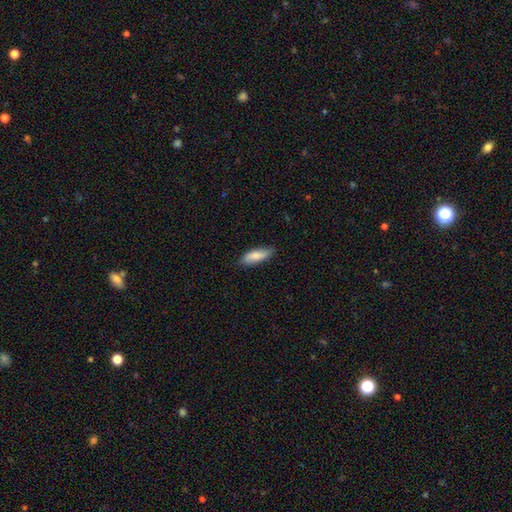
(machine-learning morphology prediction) Smooth or featured?
  - smooth: 81% *
  - featured or disk: 13%
  - star or artifact: 6%
How rounded?
  - in between: 64% *
  - cigar-shaped: 34%
  - round: 2%
Merging?
  - none: 83% *
  - minor disturbance: 14%
  - major disturbance: 2%
  - merger: 1%